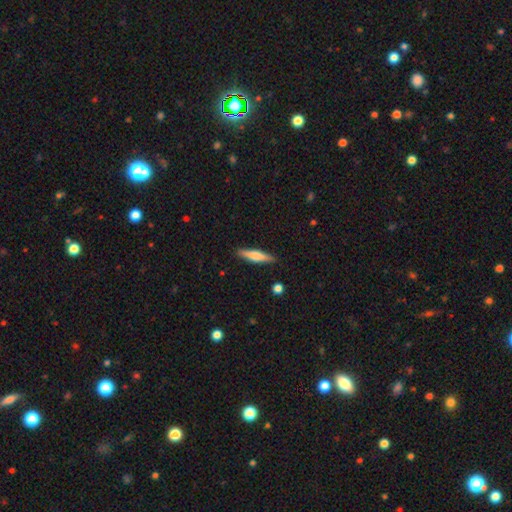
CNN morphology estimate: Smooth or featured? Predicted: smooth (p=0.59). How rounded? Predicted: cigar-shaped (p=0.80). Merging? Predicted: none (p=0.88).